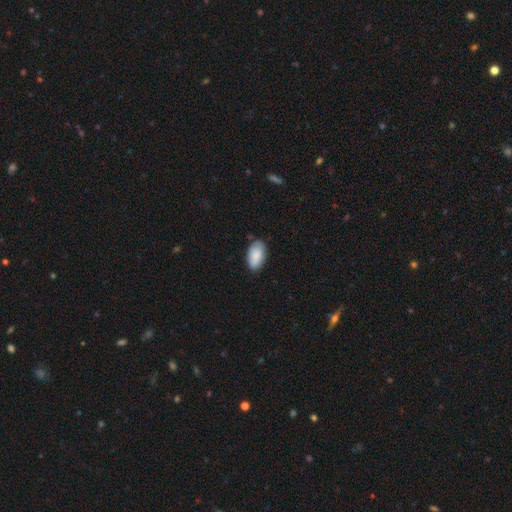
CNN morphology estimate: Overall: smooth (86%). How rounded: in between (95%). Merging: none (78%).